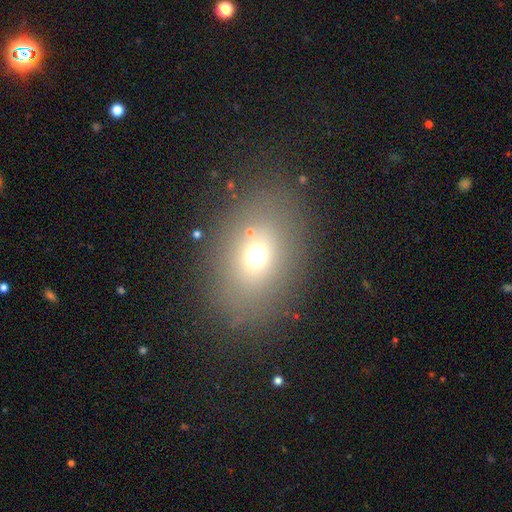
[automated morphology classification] smooth-or-featured: smooth: 65% | star or artifact: 21% | featured or disk: 13%
  how-rounded: in between: 61% | round: 37% | cigar-shaped: 2%
  merging: none: 81% | minor disturbance: 10% | major disturbance: 6% | merger: 3%